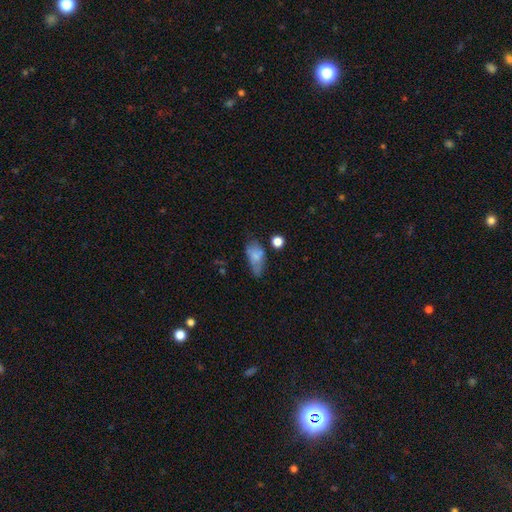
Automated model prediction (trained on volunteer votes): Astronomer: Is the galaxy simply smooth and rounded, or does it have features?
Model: smooth — 71%.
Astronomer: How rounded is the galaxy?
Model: in between — 85%.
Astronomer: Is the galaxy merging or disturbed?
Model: none — 46% (runner-up: minor disturbance, 30%).